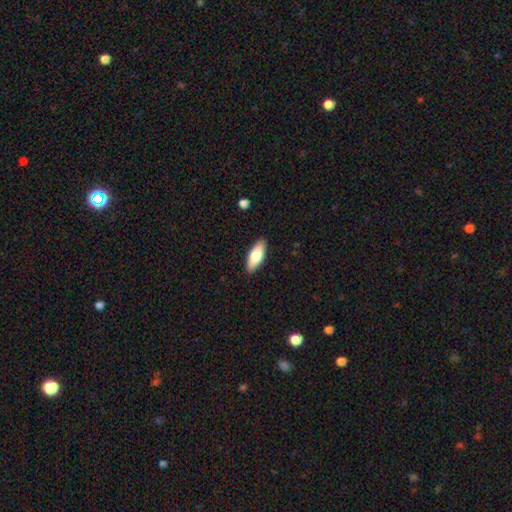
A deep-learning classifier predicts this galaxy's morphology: smooth 77%, featured or disk 17%, star or artifact 6%. Down the decision tree: how rounded — in between (75%); merging — none (88%).